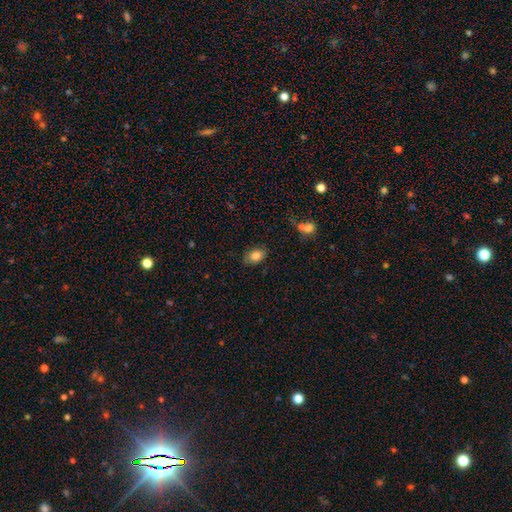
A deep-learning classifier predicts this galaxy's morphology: A smooth galaxy with no disk features (82%) that is in between round and cigar-shaped (86%).

Vote fractions:
- Smooth or featured? smooth: 82% / featured or disk: 10% / star or artifact: 8%
- How rounded? in between: 86% / round: 12% / cigar-shaped: 1%
- Merging? none: 82% / minor disturbance: 14% / major disturbance: 3% / merger: 2%